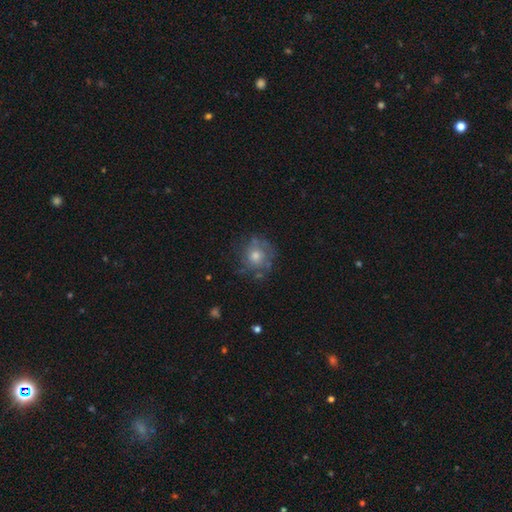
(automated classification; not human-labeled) This appears to be a featured or disk galaxy (46%). Merging: none (68%).